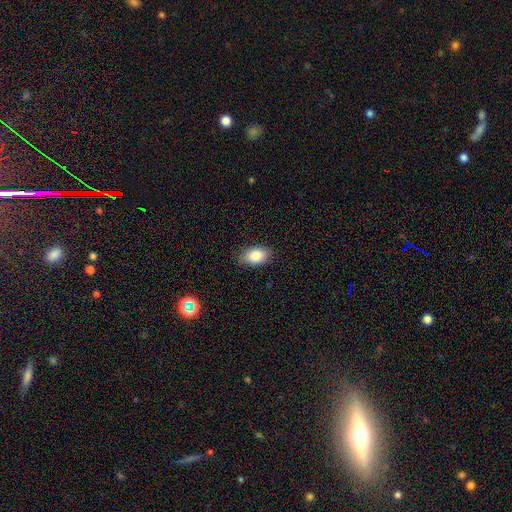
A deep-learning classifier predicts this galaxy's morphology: Smooth or featured? smooth (85%)
How rounded? in between (90%)
Merging? none (83%)